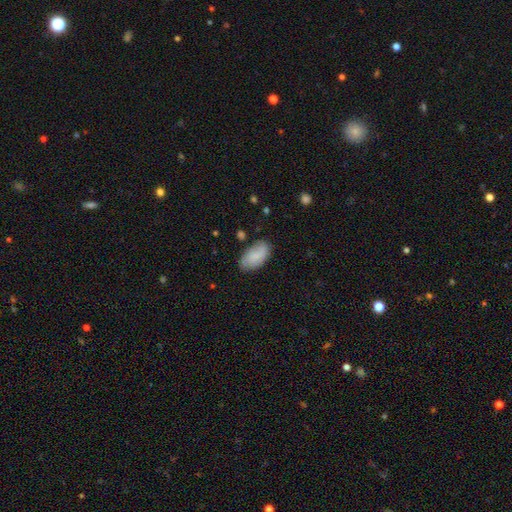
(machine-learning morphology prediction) smooth-or-featured: smooth: 77% | featured or disk: 16% | star or artifact: 7%
  how-rounded: in between: 94% | round: 3% | cigar-shaped: 3%
  merging: none: 75% | minor disturbance: 19% | major disturbance: 4% | merger: 2%